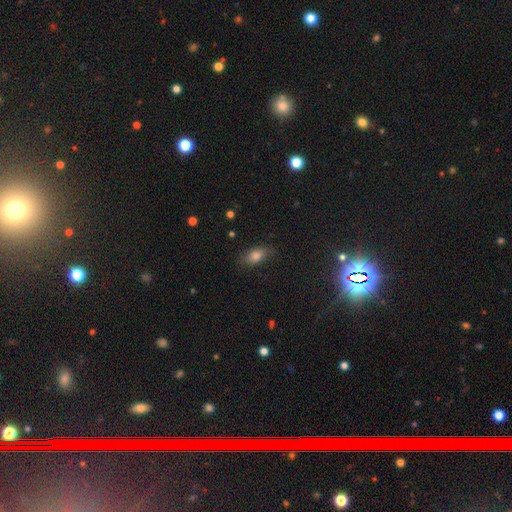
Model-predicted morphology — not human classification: Smooth or featured?
  - smooth: 77% *
  - featured or disk: 12%
  - star or artifact: 11%
How rounded?
  - in between: 83% *
  - cigar-shaped: 9%
  - round: 8%
Merging?
  - none: 78% *
  - minor disturbance: 17%
  - major disturbance: 4%
  - merger: 1%